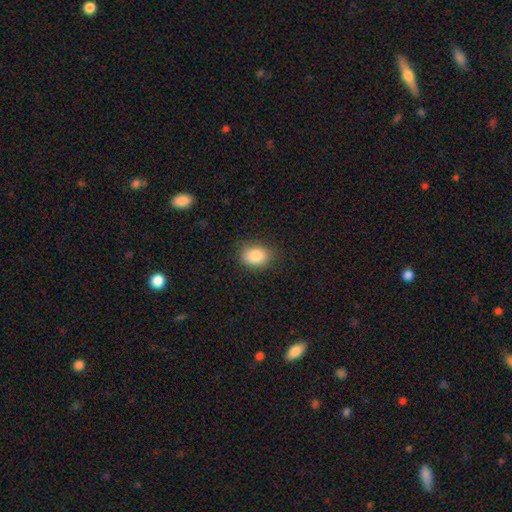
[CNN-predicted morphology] smooth 87%, star or artifact 8%, featured or disk 5%. Down the decision tree: how rounded — in between (73%); merging — none (83%).